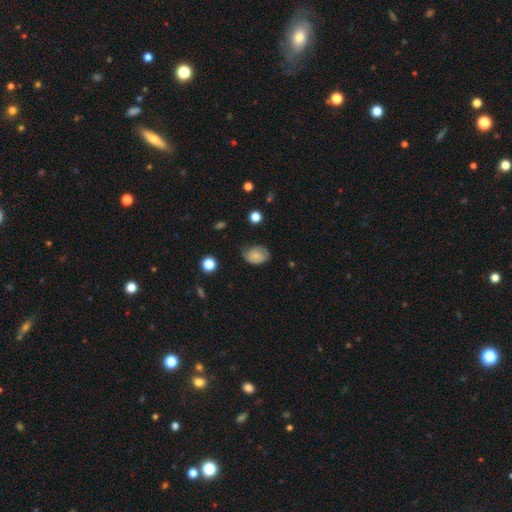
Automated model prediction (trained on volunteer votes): Smooth or featured: smooth — 76% (featured or disk — 15%)
How rounded: in between — 76% (round — 23%)
Merging: none — 57% (minor disturbance — 33%)